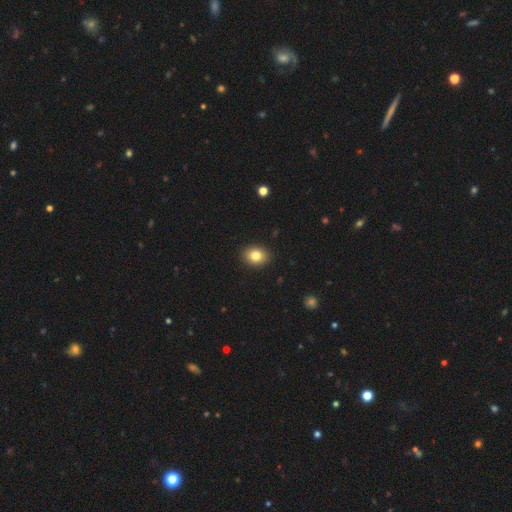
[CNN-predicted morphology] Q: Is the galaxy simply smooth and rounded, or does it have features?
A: smooth — 82%.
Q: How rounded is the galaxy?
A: in between — 52%.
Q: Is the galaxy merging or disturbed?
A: none — 90%.